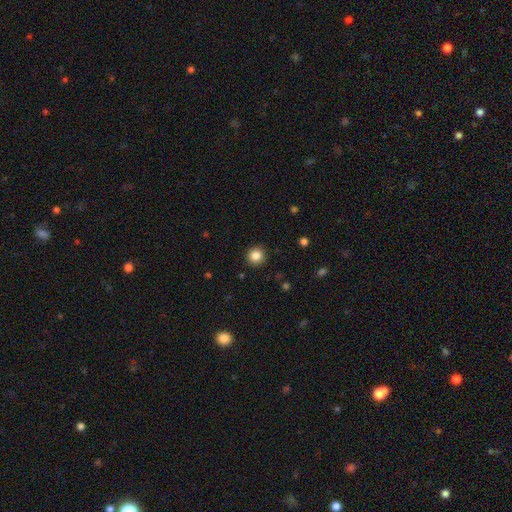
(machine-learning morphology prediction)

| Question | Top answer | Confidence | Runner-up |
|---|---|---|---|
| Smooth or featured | smooth | 85% | star or artifact (10%) |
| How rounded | round | 93% | in between (6%) |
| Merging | none | 92% | minor disturbance (5%) |